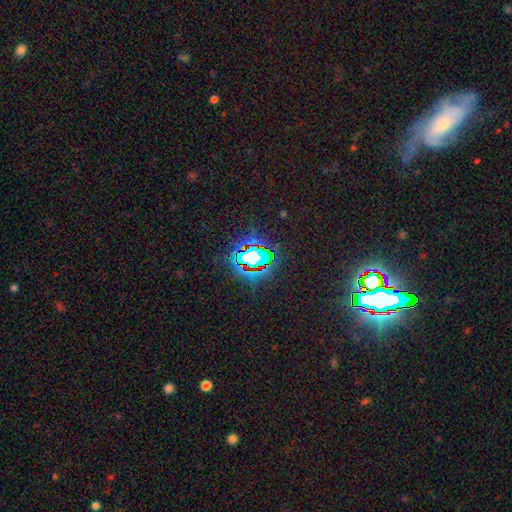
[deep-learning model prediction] A star or artifact, not a galaxy (63%).